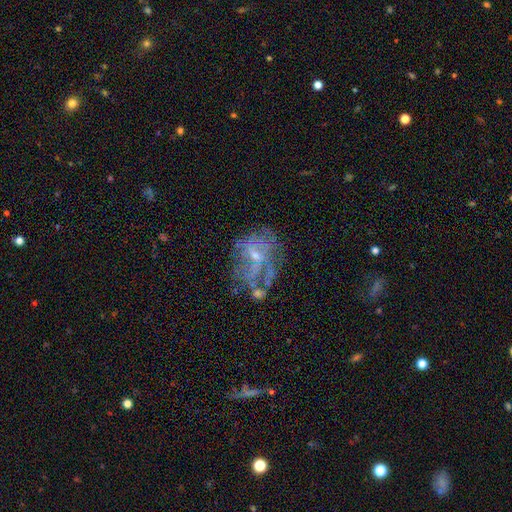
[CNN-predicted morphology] This is likely a featured or disk galaxy (67%). It is clearly not viewed edge-on (97%). Bar: possibly no (56%). Spiral arm pattern: possibly no (52%). Central bulge: likely small (64%). Merging: marginally none (39%).